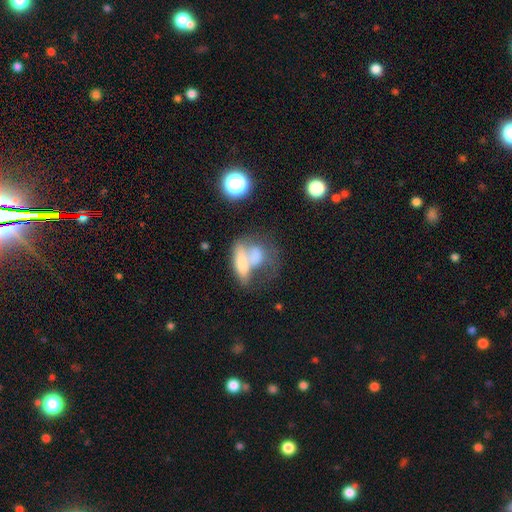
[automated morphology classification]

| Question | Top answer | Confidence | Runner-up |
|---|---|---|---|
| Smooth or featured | smooth | 59% | featured or disk (31%) |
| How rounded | in between | 67% | round (20%) |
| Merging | merger | 61% | major disturbance (16%) |